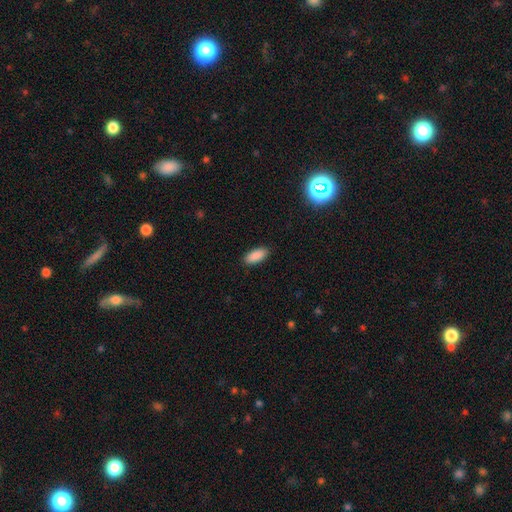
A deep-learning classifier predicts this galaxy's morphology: Smooth or featured? Predicted: smooth (p=0.90). How rounded? Predicted: in between (p=0.87). Merging? Predicted: none (p=0.89).